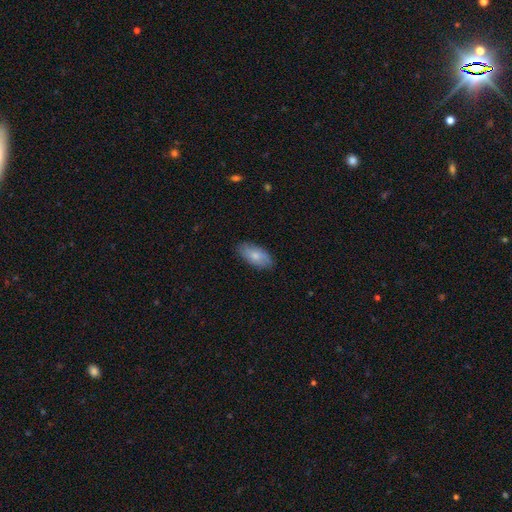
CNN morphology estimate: Smooth or featured? Predicted: smooth (p=0.75). How rounded? Predicted: in between (p=0.92). Merging? Predicted: none (p=0.82).